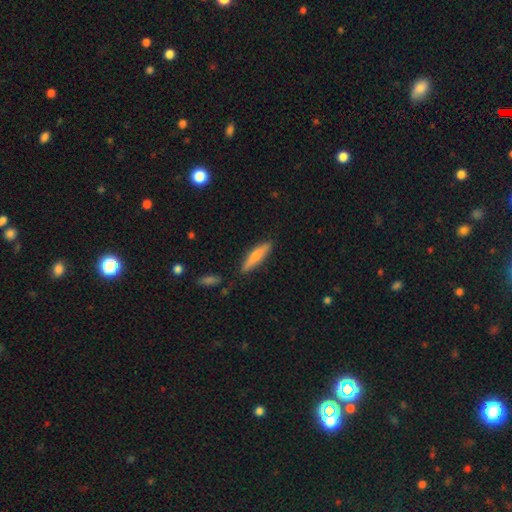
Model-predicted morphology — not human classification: smooth_or_featured: smooth (p=0.61) [alt: featured or disk p=0.32]
how_rounded: cigar-shaped (p=0.79) [alt: in between p=0.19]
merging: none (p=0.84) [alt: minor disturbance p=0.12]